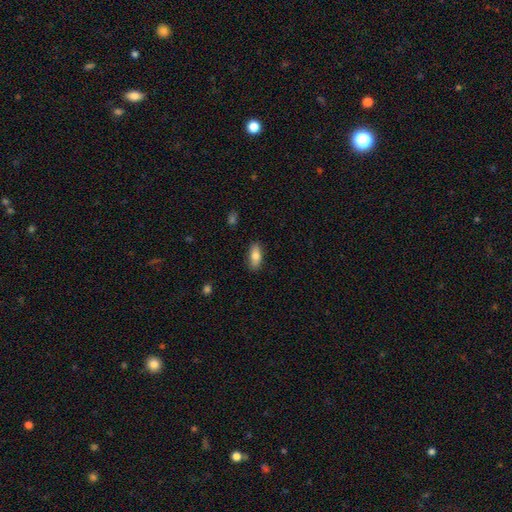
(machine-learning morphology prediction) This appears to be a smooth galaxy with no disk features (78%) that is in between round and cigar-shaped (82%). Merging: none (87%).